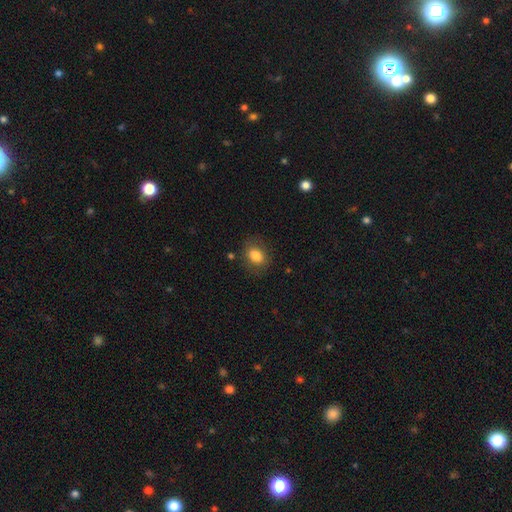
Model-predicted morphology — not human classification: smooth_or_featured: smooth (p=0.82) [alt: featured or disk p=0.09]
how_rounded: in between (p=0.61) [alt: round p=0.38]
merging: none (p=0.79) [alt: minor disturbance p=0.14]